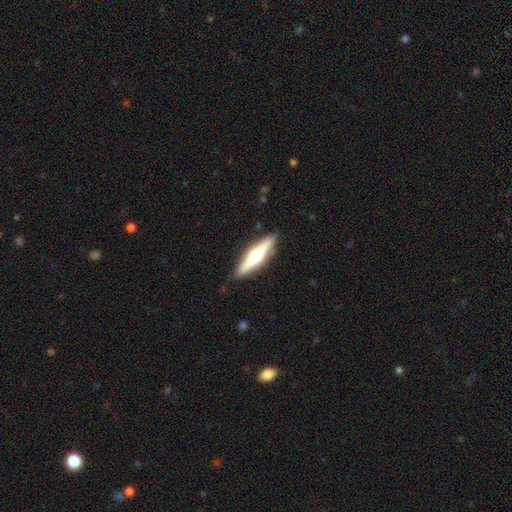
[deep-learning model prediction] Morphology: type=featured or disk (55%); edge-on=yes (96%); edge-on bulge=rounded (87%); merging=none (88%).